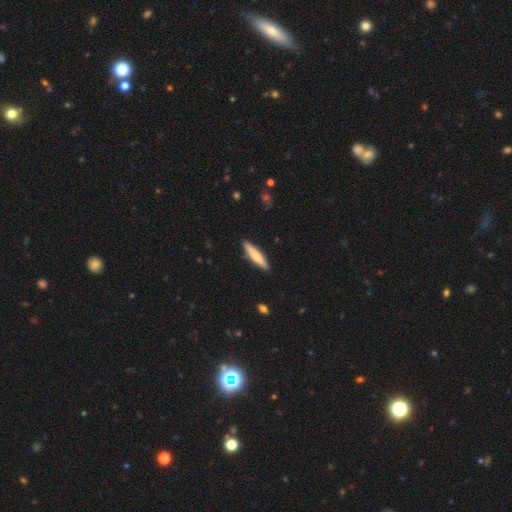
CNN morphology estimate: Q: Smooth or featured?
A: smooth (71%); runner-up: featured or disk (23%)
Q: How rounded?
A: cigar-shaped (86%); runner-up: in between (12%)
Q: Merging?
A: none (89%); runner-up: minor disturbance (8%)